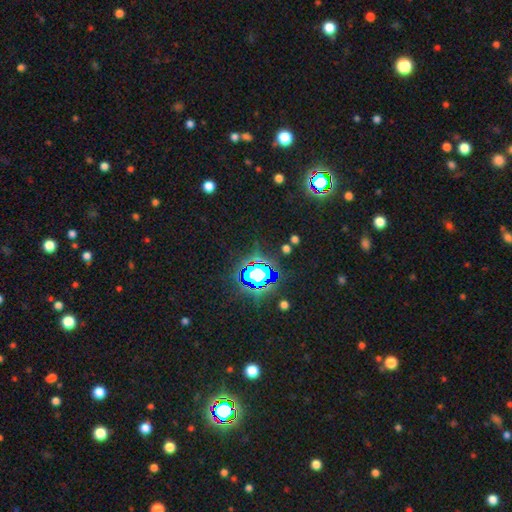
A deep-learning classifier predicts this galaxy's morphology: type=star or artifact (83%).